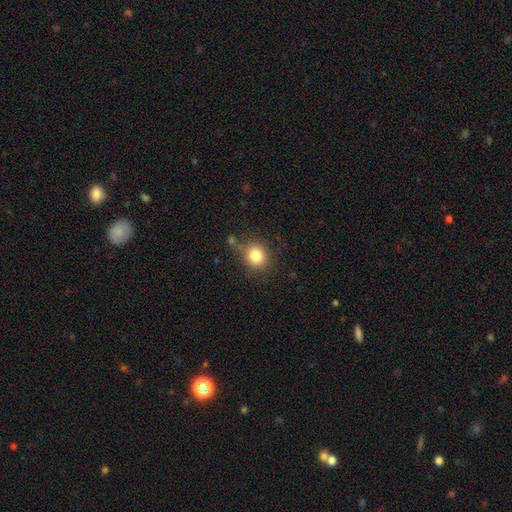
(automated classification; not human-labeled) Smooth or featured: smooth — 82% (star or artifact — 11%)
How rounded: round — 75% (in between — 24%)
Merging: none — 76% (minor disturbance — 15%)